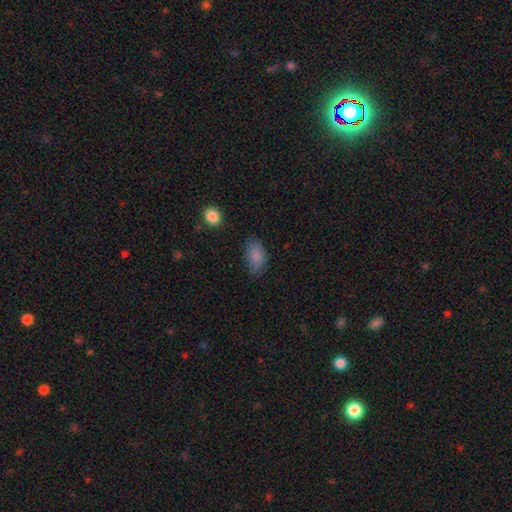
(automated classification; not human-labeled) Smooth or featured?
  - smooth: 86% *
  - star or artifact: 9%
  - featured or disk: 6%
How rounded?
  - in between: 92% *
  - round: 6%
  - cigar-shaped: 2%
Merging?
  - none: 72% *
  - minor disturbance: 20%
  - major disturbance: 5%
  - merger: 2%